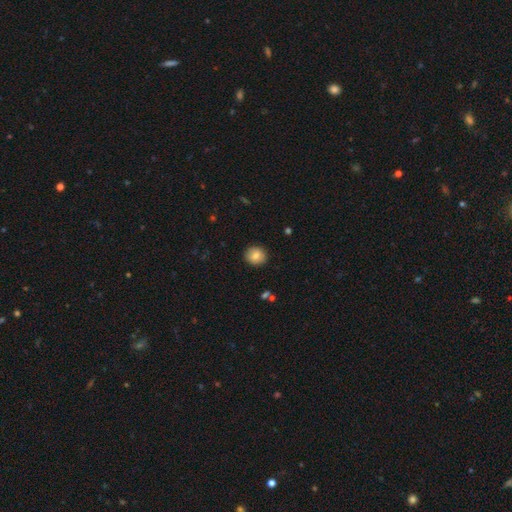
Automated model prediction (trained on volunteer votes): This is clearly a smooth galaxy (81%). How rounded: clearly round (84%). Merging: clearly none (89%).